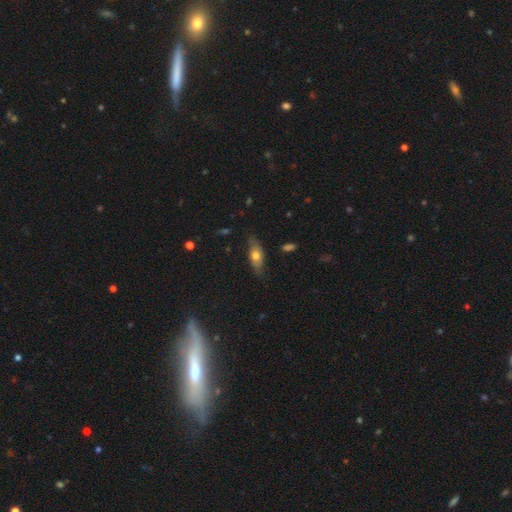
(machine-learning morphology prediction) smooth-or-featured: smooth: 61% | featured or disk: 32% | star or artifact: 7%
  how-rounded: in between: 75% | cigar-shaped: 21% | round: 4%
  merging: none: 70% | minor disturbance: 23% | major disturbance: 5% | merger: 2%